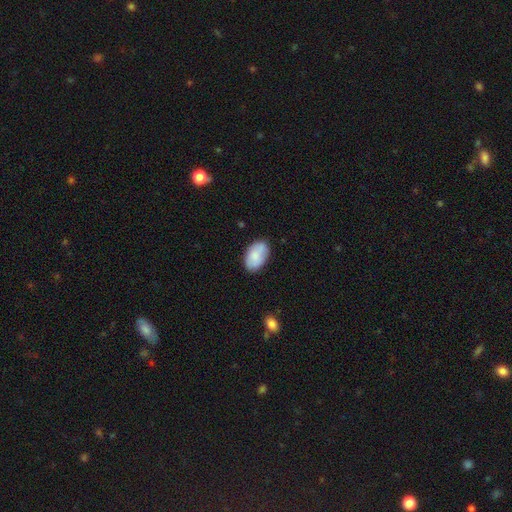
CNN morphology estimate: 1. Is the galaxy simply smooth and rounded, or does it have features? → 81% smooth, 13% featured or disk, 6% star or artifact.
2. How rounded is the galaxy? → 93% in between, 6% round, 1% cigar-shaped.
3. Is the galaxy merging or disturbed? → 78% none, 17% minor disturbance, 3% major disturbance, 2% merger.